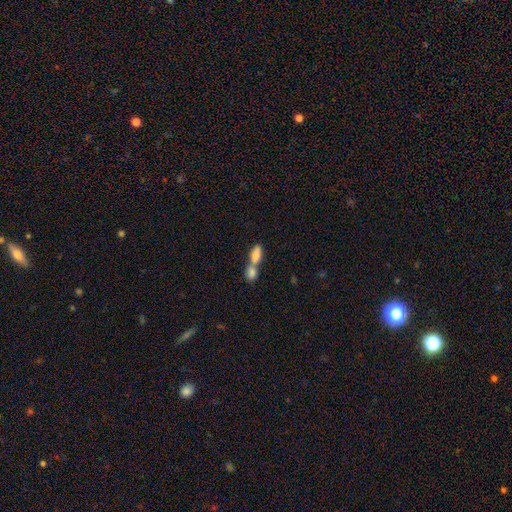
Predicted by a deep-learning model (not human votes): Smooth or featured: smooth — 81% (featured or disk — 12%)
How rounded: in between — 81% (cigar-shaped — 10%)
Merging: merger — 75% (none — 18%)